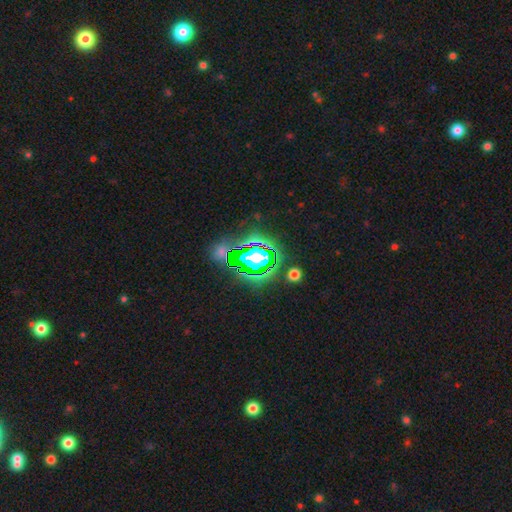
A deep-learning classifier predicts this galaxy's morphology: smooth-or-featured: star or artifact: 66% | smooth: 21% | featured or disk: 14%